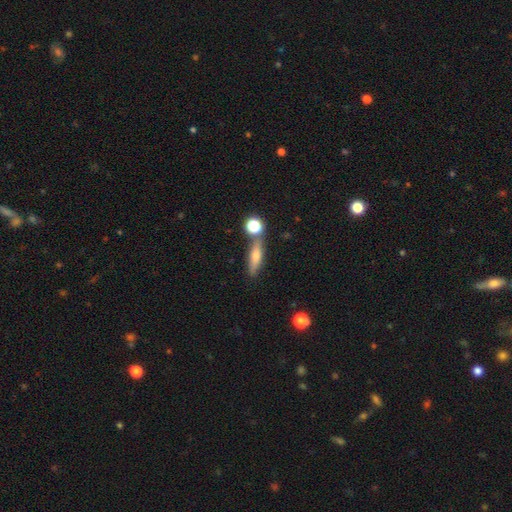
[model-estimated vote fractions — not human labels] Q: Smooth or featured?
A: smooth (54%); runner-up: featured or disk (35%)
Q: How rounded?
A: cigar-shaped (65%); runner-up: in between (29%)
Q: Merging?
A: none (71%); runner-up: merger (13%)